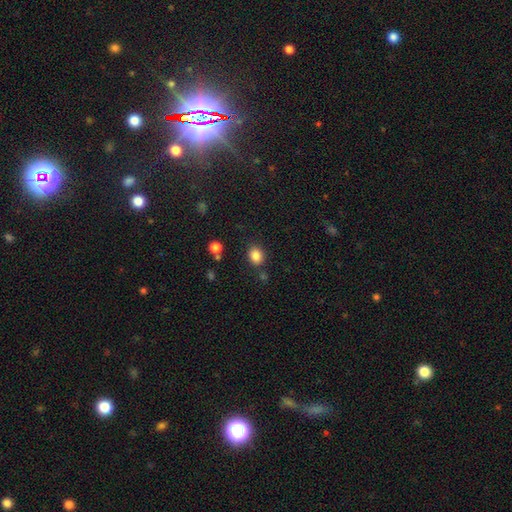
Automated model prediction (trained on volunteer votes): smooth_or_featured: smooth (p=0.85) [alt: star or artifact p=0.10]
how_rounded: in between (p=0.55) [alt: round p=0.44]
merging: none (p=0.79) [alt: minor disturbance p=0.12]